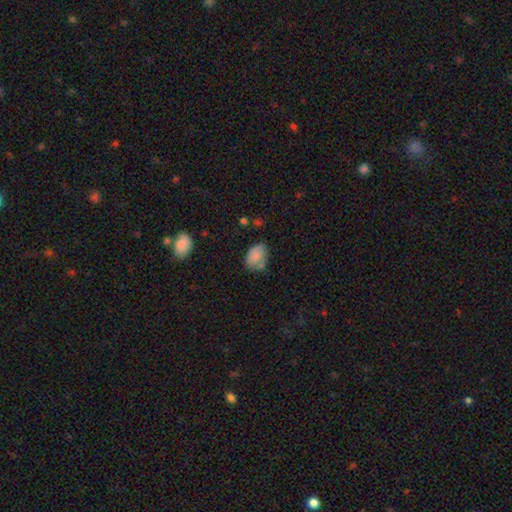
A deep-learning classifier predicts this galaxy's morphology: Q: Smooth or featured?
A: smooth (83%); runner-up: star or artifact (8%)
Q: How rounded?
A: in between (82%); runner-up: round (17%)
Q: Merging?
A: none (57%); runner-up: minor disturbance (26%)